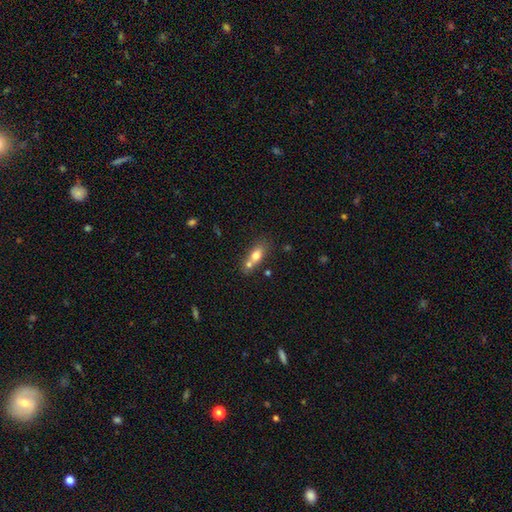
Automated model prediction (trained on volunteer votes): Smooth or featured?
  - smooth: 70% *
  - featured or disk: 21%
  - star or artifact: 9%
How rounded?
  - in between: 70% *
  - round: 17%
  - cigar-shaped: 14%
Merging?
  - merger: 49% *
  - none: 36%
  - minor disturbance: 11%
  - major disturbance: 4%